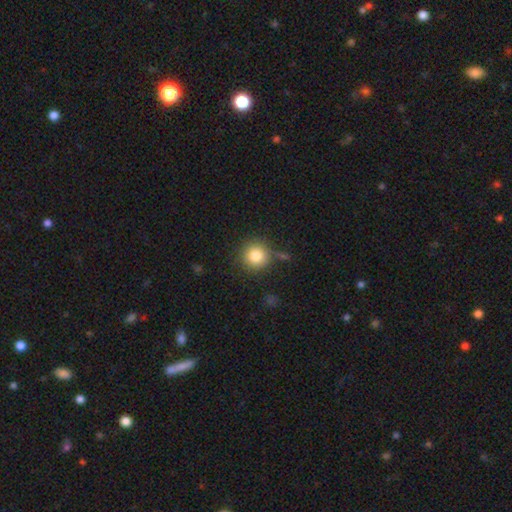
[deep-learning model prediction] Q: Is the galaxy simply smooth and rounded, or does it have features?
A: smooth — 82%.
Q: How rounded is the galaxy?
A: round — 95%.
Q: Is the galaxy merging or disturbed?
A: none — 79%.